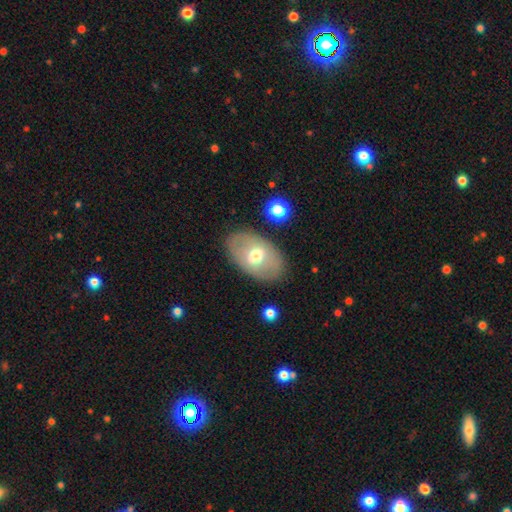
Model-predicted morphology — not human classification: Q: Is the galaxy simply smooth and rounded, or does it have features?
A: smooth — 55%.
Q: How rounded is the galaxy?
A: in between — 88%.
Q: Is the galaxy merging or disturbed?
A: none — 84%.